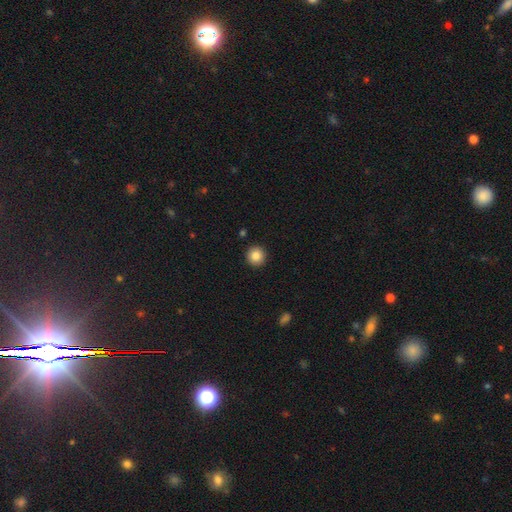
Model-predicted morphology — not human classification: Smooth or featured: smooth — 86% (star or artifact — 9%)
How rounded: round — 94% (in between — 5%)
Merging: none — 92% (minor disturbance — 5%)